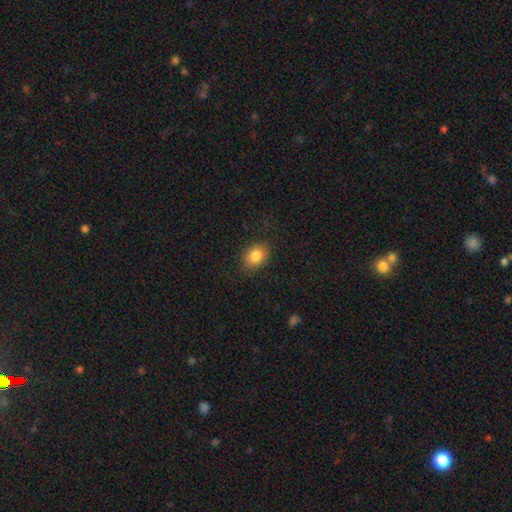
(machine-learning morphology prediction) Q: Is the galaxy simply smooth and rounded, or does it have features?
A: smooth — 85%.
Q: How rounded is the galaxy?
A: in between — 74%.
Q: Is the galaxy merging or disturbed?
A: none — 83%.